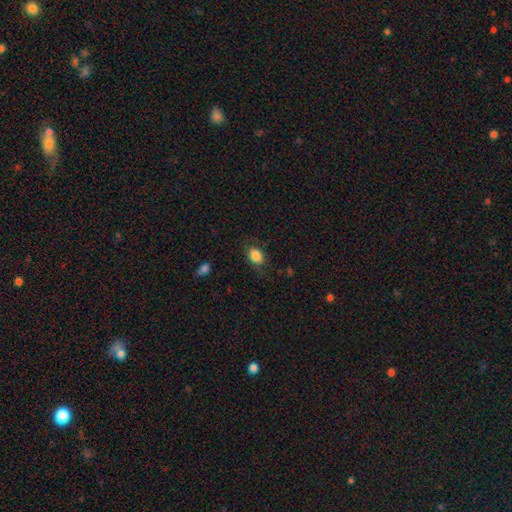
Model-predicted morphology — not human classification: Overall: smooth (84%). How rounded: in between (68%; round 31%). Merging: none (76%).